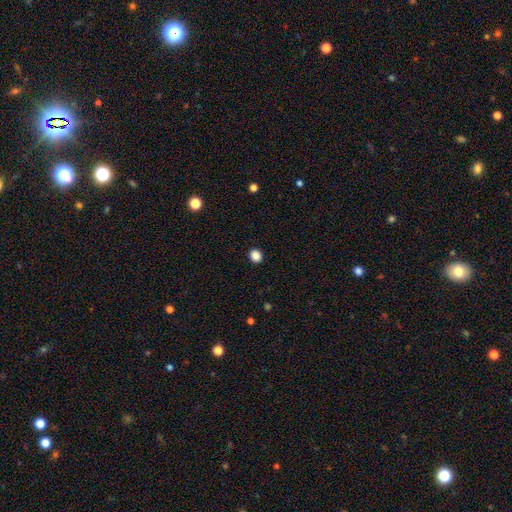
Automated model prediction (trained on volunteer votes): Smooth or featured? smooth (86%)
How rounded? round (71%)
Merging? none (92%)